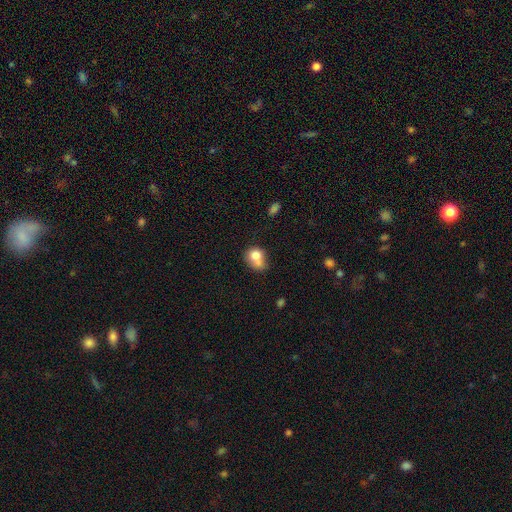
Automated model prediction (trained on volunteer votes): Overall: smooth (73%). How rounded: round (54%; in between 45%). Merging: merger (46%; none 28%).